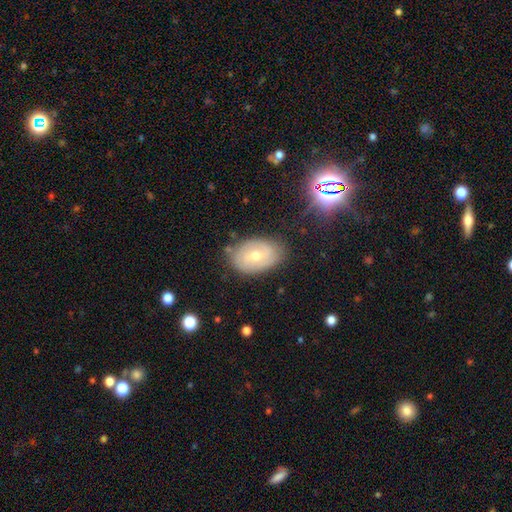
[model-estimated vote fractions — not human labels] smooth-or-featured: featured or disk: 55% | smooth: 34% | star or artifact: 10%
  disk-edge-on: no: 93% | yes: 7%
    bar: no: 56% | weak: 34% | strong: 10%
    has-spiral-arms: yes: 58% | no: 42%
    bulge-size: moderate: 57% | small: 40% | large: 2% | none: 1% | dominant: 1%
  merging: none: 75% | minor disturbance: 19% | major disturbance: 5% | merger: 2%